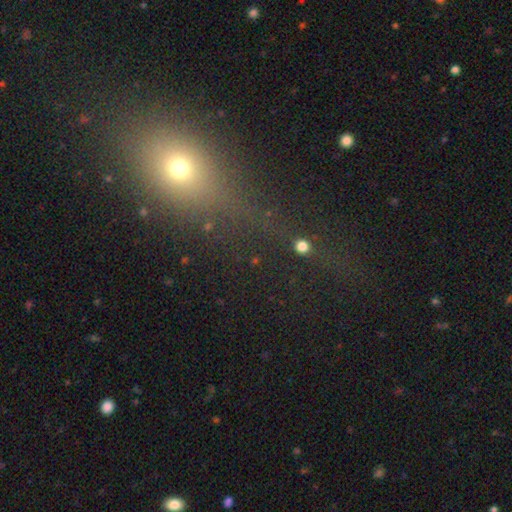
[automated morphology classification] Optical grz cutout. It shows a star or artifact, not a galaxy (46%).